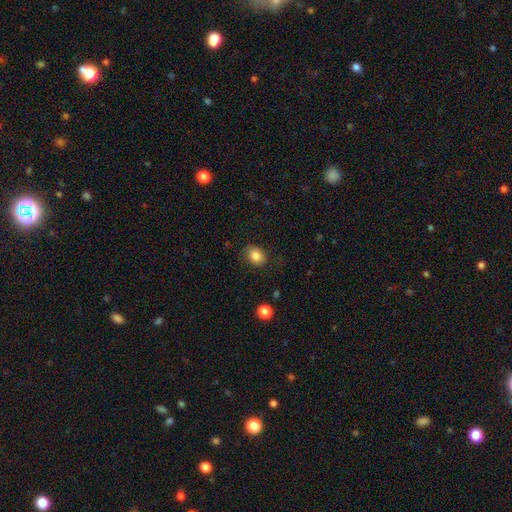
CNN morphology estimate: Smooth or featured? Predicted: smooth (p=0.85). How rounded? Predicted: in between (p=0.62). Merging? Predicted: none (p=0.83).